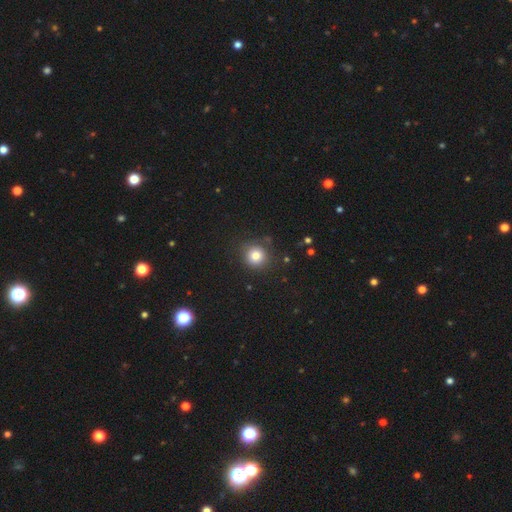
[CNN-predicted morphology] smooth_or_featured: smooth (p=0.80) [alt: star or artifact p=0.12]
how_rounded: round (p=0.92) [alt: in between p=0.07]
merging: none (p=0.86) [alt: minor disturbance p=0.09]